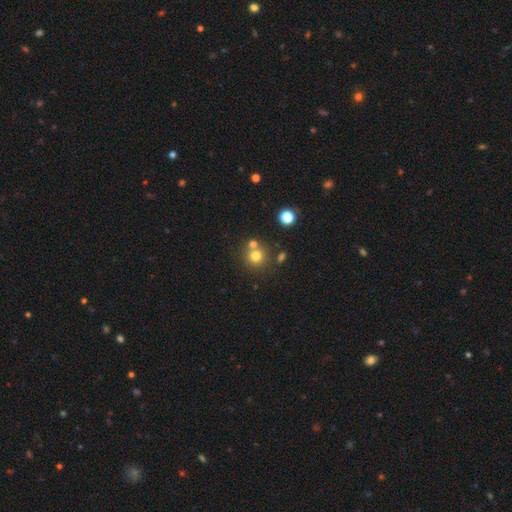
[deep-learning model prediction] Q: Smooth or featured?
A: smooth (74%); runner-up: star or artifact (15%)
Q: How rounded?
A: round (90%); runner-up: in between (9%)
Q: Merging?
A: none (62%); runner-up: merger (27%)